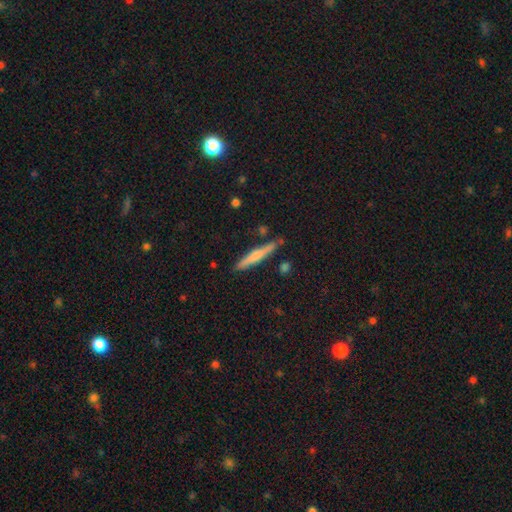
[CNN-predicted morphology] This is possibly a smooth galaxy (53%). How rounded: clearly cigar-shaped (94%). Merging: clearly none (84%).